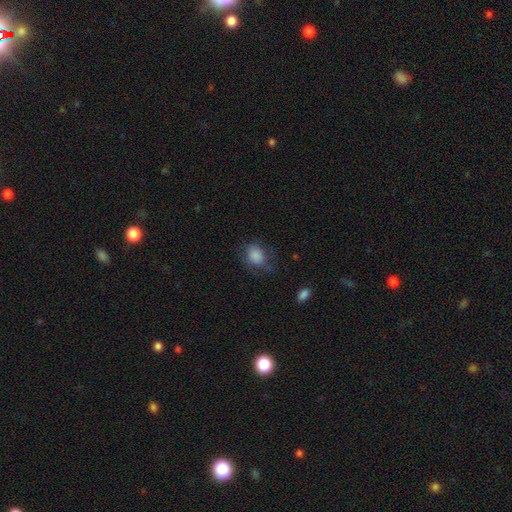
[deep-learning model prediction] Smooth or featured? smooth (82%)
How rounded? in between (55%)
Merging? none (56%)